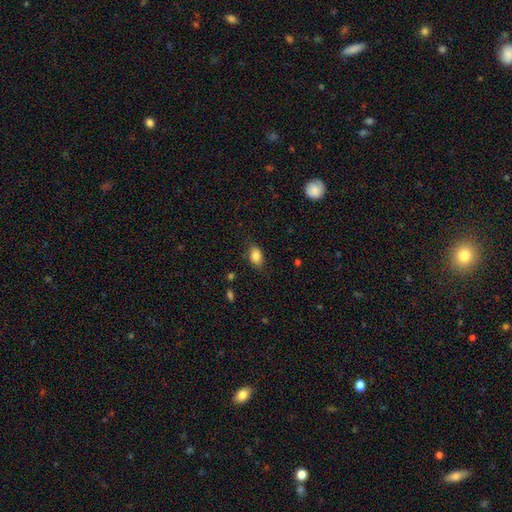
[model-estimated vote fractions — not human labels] This is clearly a smooth galaxy (86%). How rounded: clearly in between (87%). Merging: clearly none (81%).